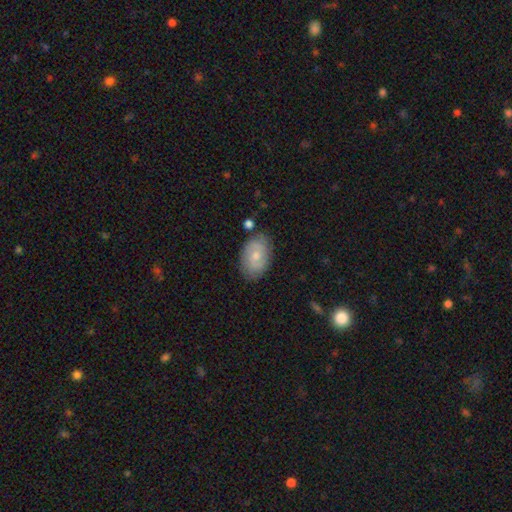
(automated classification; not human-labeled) Smooth or featured: smooth — 47% (featured or disk — 46%)
Merging: none — 78% (minor disturbance — 15%)